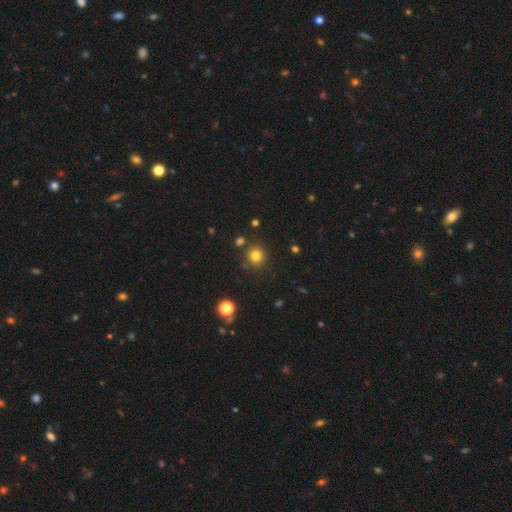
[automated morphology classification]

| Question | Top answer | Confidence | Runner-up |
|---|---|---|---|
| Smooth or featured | smooth | 79% | star or artifact (15%) |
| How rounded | round | 91% | in between (8%) |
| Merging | none | 84% | minor disturbance (8%) |